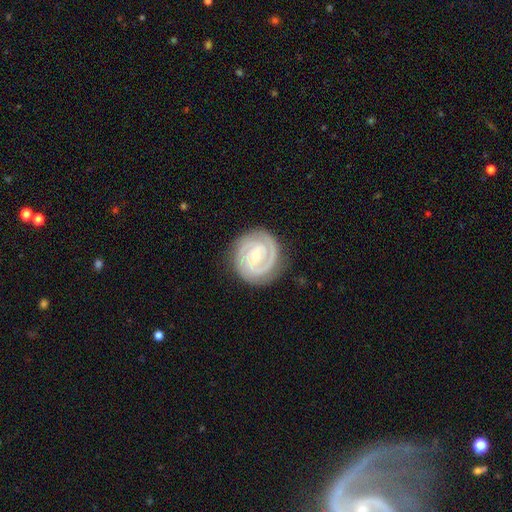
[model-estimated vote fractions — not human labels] featured or disk 89%, smooth 7%, star or artifact 4%. Down the decision tree: edge-on disk — no (98%); bar — weak (45%); spiral arms — yes (98%); spiral arm count — 2 (76%); spiral winding — tight (76%); bulge size — small (59%); merging — none (84%).